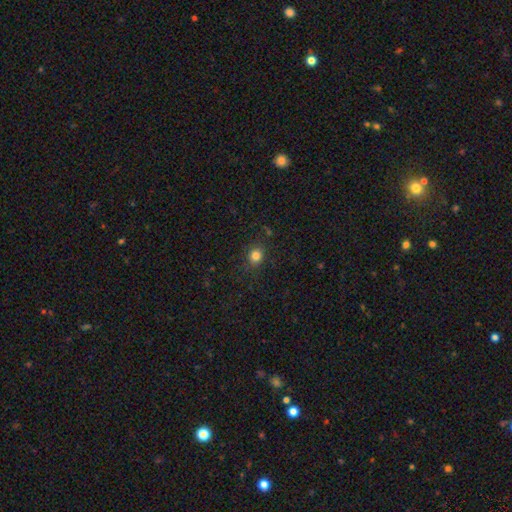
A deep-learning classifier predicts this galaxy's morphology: smooth_or_featured: smooth (p=0.81) [alt: star or artifact p=0.13]
how_rounded: round (p=0.77) [alt: in between p=0.22]
merging: none (p=0.86) [alt: minor disturbance p=0.10]